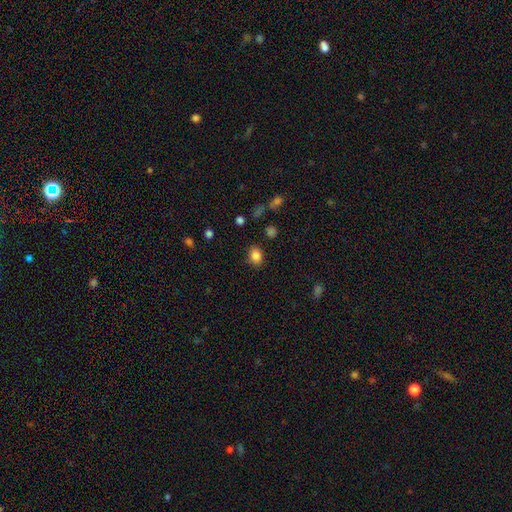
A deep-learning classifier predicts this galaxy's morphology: Smooth or featured? smooth (84%)
How rounded? in between (61%)
Merging? none (84%)